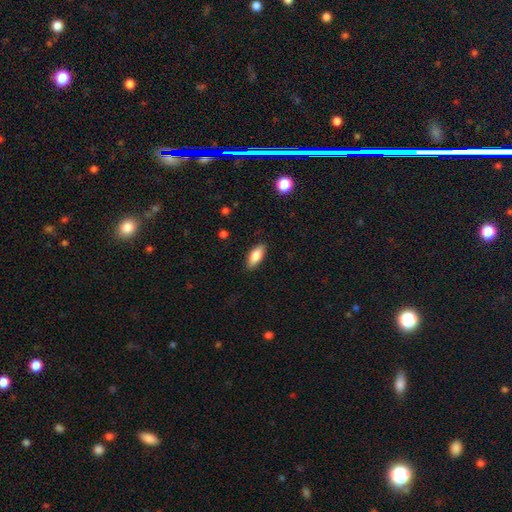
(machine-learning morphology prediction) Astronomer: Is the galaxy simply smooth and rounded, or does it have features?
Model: smooth — 82%.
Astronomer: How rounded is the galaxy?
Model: in between — 80%.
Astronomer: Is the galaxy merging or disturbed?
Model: none — 88%.